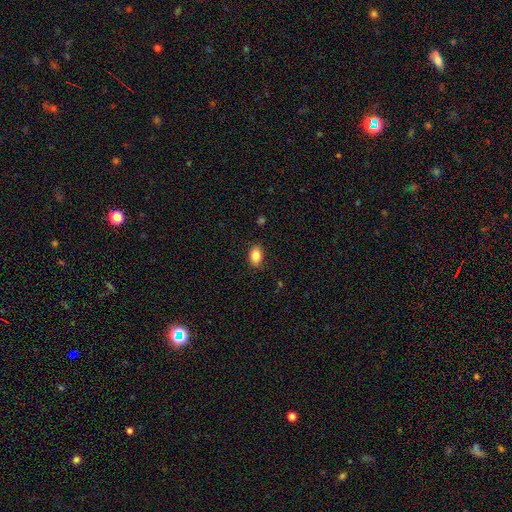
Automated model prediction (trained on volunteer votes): A smooth galaxy with no disk features (85%) that is in between round and cigar-shaped (84%). Merging: none (86%).